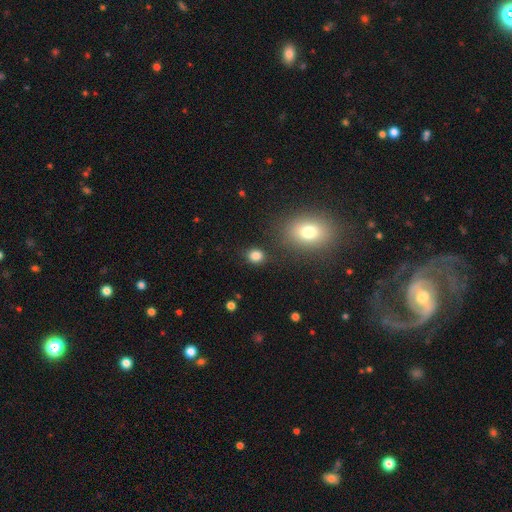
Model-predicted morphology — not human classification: smooth_or_featured: smooth (p=0.83) [alt: star or artifact p=0.13]
how_rounded: round (p=0.69) [alt: in between p=0.29]
merging: none (p=0.84) [alt: minor disturbance p=0.09]